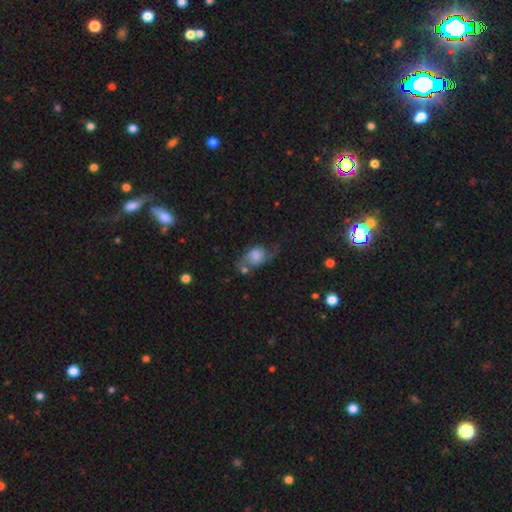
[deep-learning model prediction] This is possibly a featured or disk galaxy (49%). Merging: marginally none (41%).